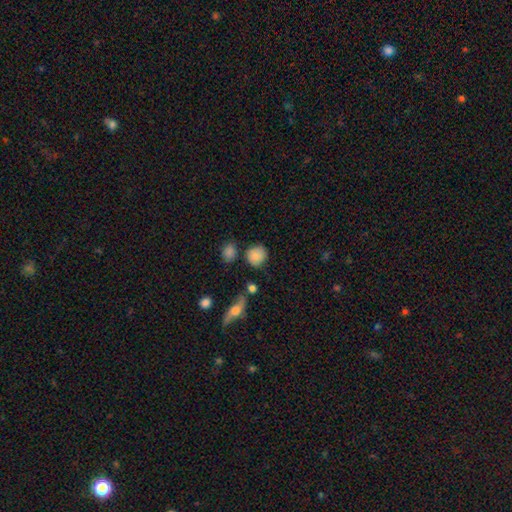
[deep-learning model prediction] smooth_or_featured: smooth (p=0.81) [alt: star or artifact p=0.09]
how_rounded: round (p=0.84) [alt: in between p=0.15]
merging: none (p=0.75) [alt: minor disturbance p=0.14]